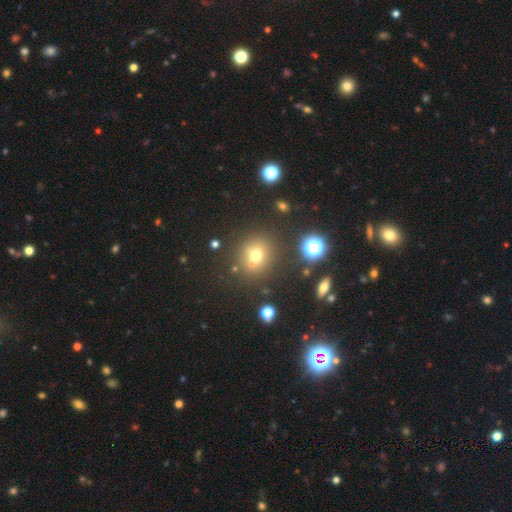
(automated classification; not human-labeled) This appears to be a smooth galaxy with no disk features (64%) that is round (77%). Merging: none (73%).